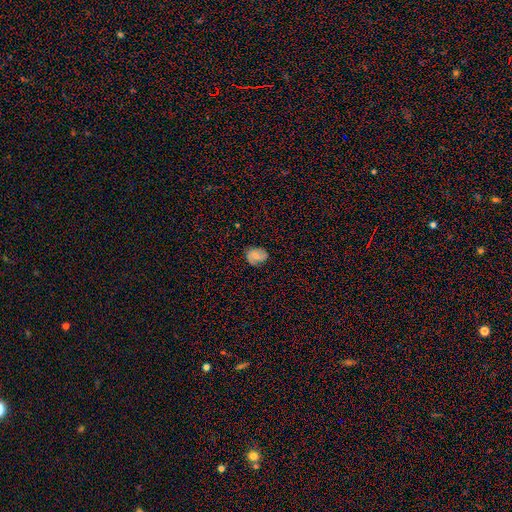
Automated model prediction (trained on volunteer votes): Smooth or featured: smooth — 53% (featured or disk — 36%)
How rounded: round — 53% (in between — 46%)
Merging: none — 75% (minor disturbance — 19%)